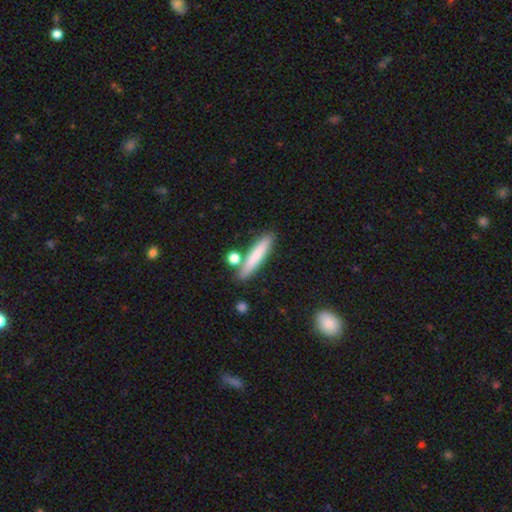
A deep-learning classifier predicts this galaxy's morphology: A smooth galaxy with no disk features (76%) that is cigar-shaped (88%). Merging: none (78%).